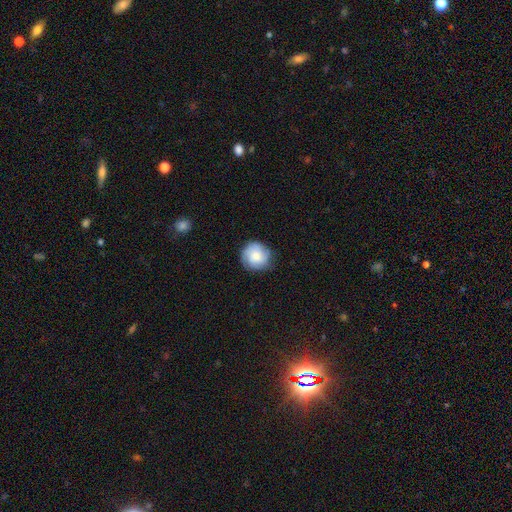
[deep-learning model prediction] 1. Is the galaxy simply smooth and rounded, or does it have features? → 52% smooth, 40% featured or disk, 8% star or artifact.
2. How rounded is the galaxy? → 91% round, 8% in between, 1% cigar-shaped.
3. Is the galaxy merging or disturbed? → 81% none, 14% minor disturbance, 4% major disturbance, 1% merger.